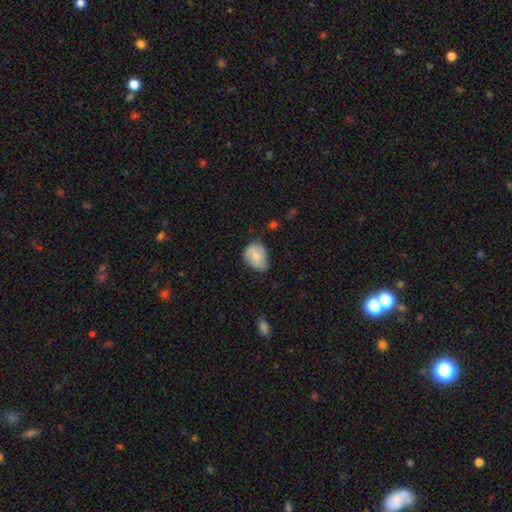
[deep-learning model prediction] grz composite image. It shows a smooth galaxy with no disk features (75%) that is in between round and cigar-shaped (67%). Merging: none (51%).